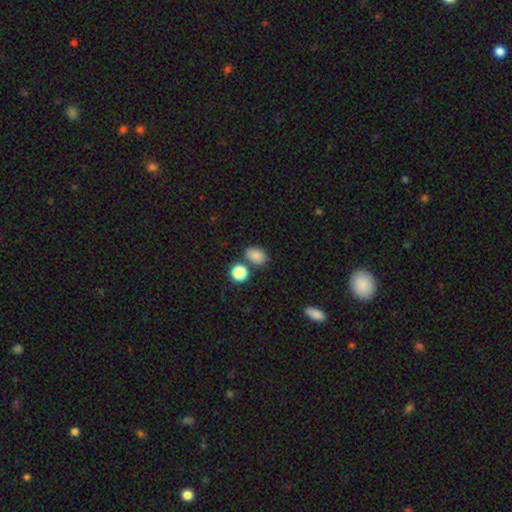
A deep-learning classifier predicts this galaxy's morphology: This is clearly a smooth galaxy (83%). How rounded: likely in between (75%). Merging: likely none (70%).